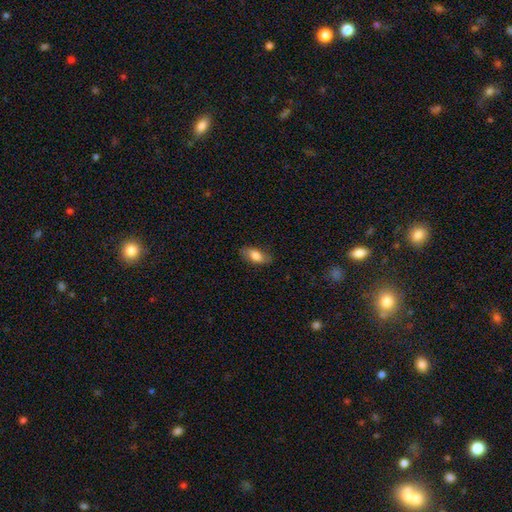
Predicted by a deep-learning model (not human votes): Smooth or featured?
  - smooth: 79% *
  - featured or disk: 14%
  - star or artifact: 7%
How rounded?
  - in between: 84% *
  - cigar-shaped: 12%
  - round: 4%
Merging?
  - none: 82% *
  - minor disturbance: 14%
  - major disturbance: 3%
  - merger: 1%